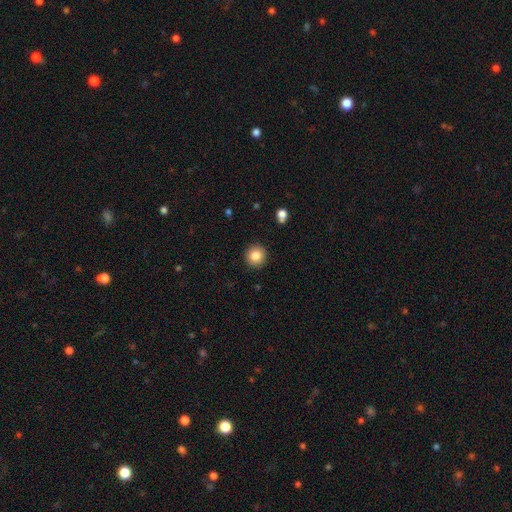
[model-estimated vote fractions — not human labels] smooth 84%, star or artifact 9%, featured or disk 7%. Down the decision tree: how rounded — round (94%); merging — none (92%).